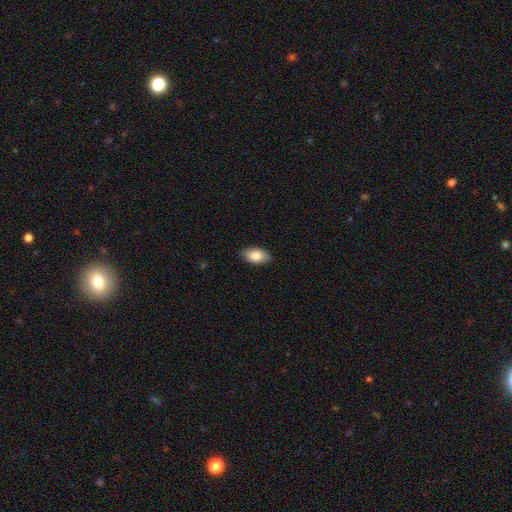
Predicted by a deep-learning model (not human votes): This appears to be a smooth galaxy with no disk features (85%) that is in between round and cigar-shaped (93%). Merging: none (86%).